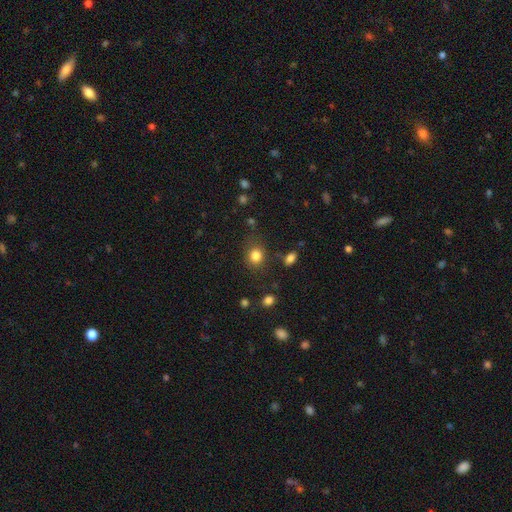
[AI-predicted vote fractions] Smooth or featured? Predicted: smooth (p=0.83). How rounded? Predicted: round (p=0.69). Merging? Predicted: none (p=0.76).